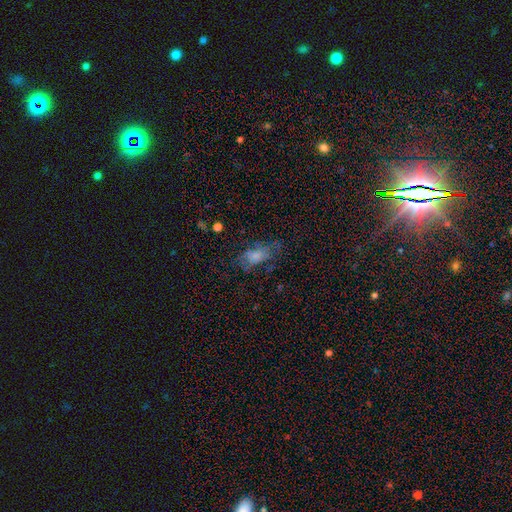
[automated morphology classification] A smooth galaxy with no disk features (61%) that is in between round and cigar-shaped (85%).

Vote fractions:
- Smooth or featured? smooth: 61% / featured or disk: 27% / star or artifact: 12%
- How rounded? in between: 85% / cigar-shaped: 8% / round: 7%
- Merging? none: 48% / minor disturbance: 25% / major disturbance: 24% / merger: 3%